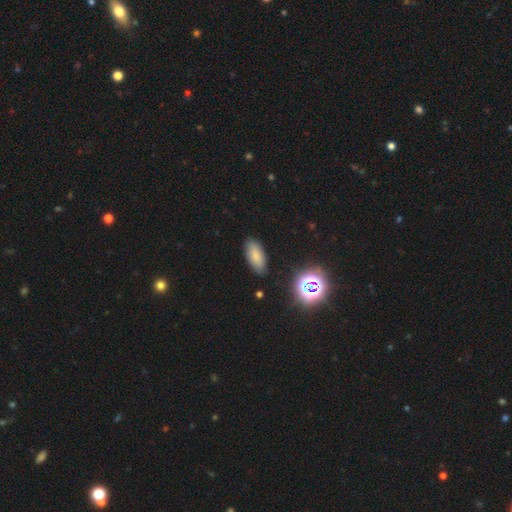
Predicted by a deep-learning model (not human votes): The model was most divided on "smooth or featured": smooth: 80%, star or artifact: 12%, featured or disk: 8%. More confident: merging — none (86%); how rounded — in between (85%).